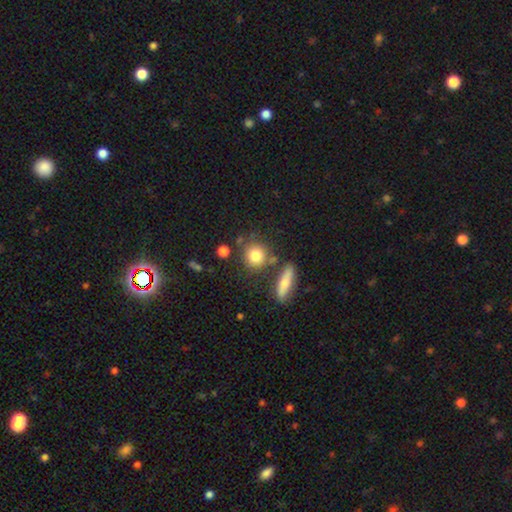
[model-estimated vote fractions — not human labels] smooth 79%, featured or disk 11%, star or artifact 9%. Down the decision tree: how rounded — round (80%); merging — none (70%).